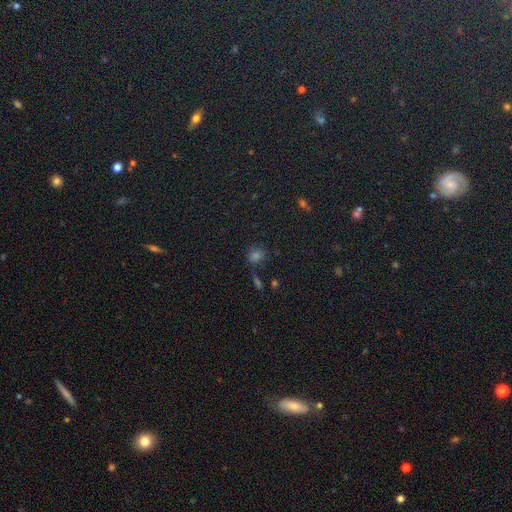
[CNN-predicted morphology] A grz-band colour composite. It shows a smooth galaxy with no disk features (62%) that is round (77%). Merging: none (74%).